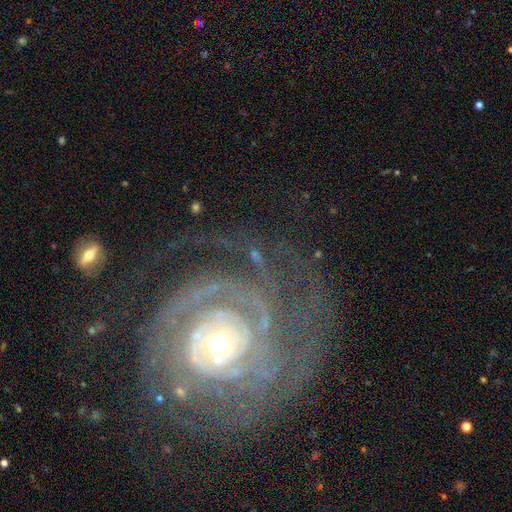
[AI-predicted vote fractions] A featured or disk galaxy (84%) with no bar (68%), tight (69%) spiral arms (93%) and a moderate central bulge (56%). Merging: none (64%).